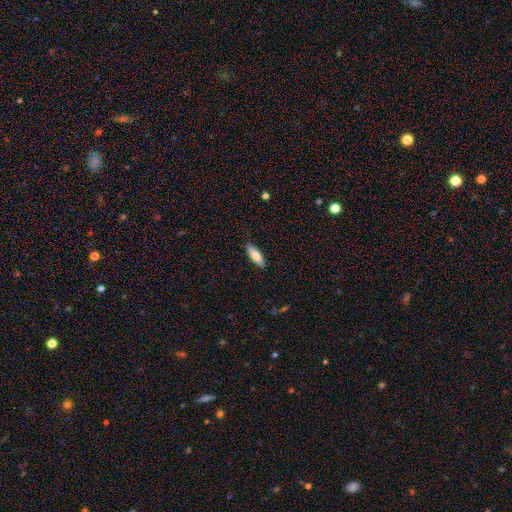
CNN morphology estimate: Smooth or featured?
  - smooth: 79% *
  - featured or disk: 15%
  - star or artifact: 6%
How rounded?
  - in between: 57% *
  - cigar-shaped: 42%
  - round: 2%
Merging?
  - none: 88% *
  - minor disturbance: 9%
  - major disturbance: 2%
  - merger: 1%